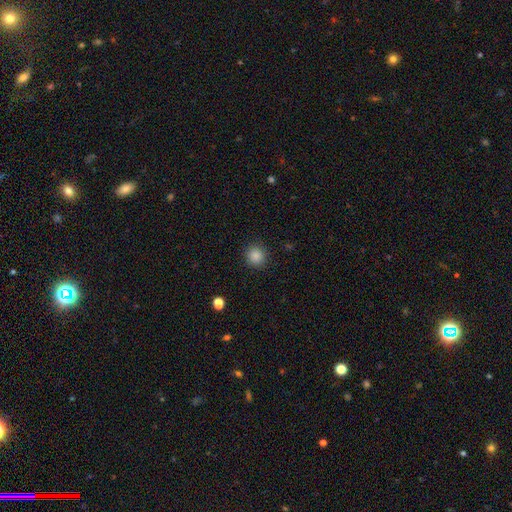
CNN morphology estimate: A smooth galaxy with no disk features (86%) that is round (92%). Merging: none (90%).